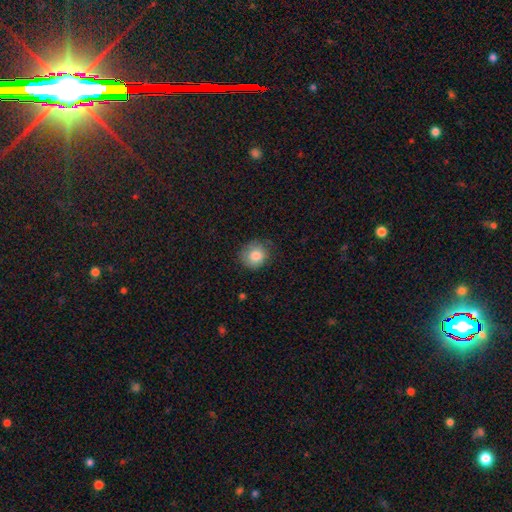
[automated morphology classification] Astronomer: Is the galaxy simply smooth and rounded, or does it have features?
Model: smooth — 82%.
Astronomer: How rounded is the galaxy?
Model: round — 84%.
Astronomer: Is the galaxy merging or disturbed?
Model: none — 72%.